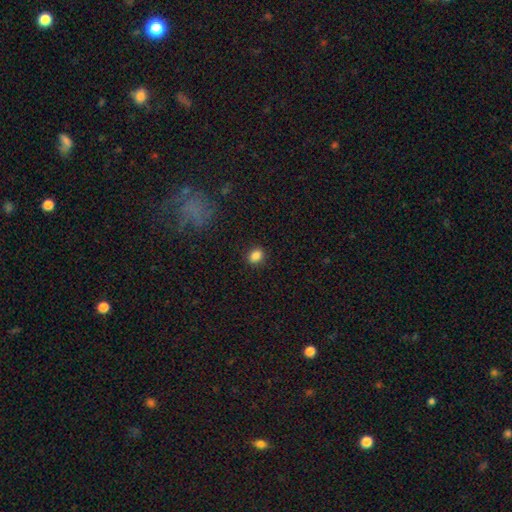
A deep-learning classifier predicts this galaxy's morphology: Smooth or featured?
  - smooth: 86% *
  - star or artifact: 11%
  - featured or disk: 3%
How rounded?
  - in between: 56% *
  - round: 42%
  - cigar-shaped: 1%
Merging?
  - none: 87% *
  - minor disturbance: 9%
  - major disturbance: 3%
  - merger: 1%